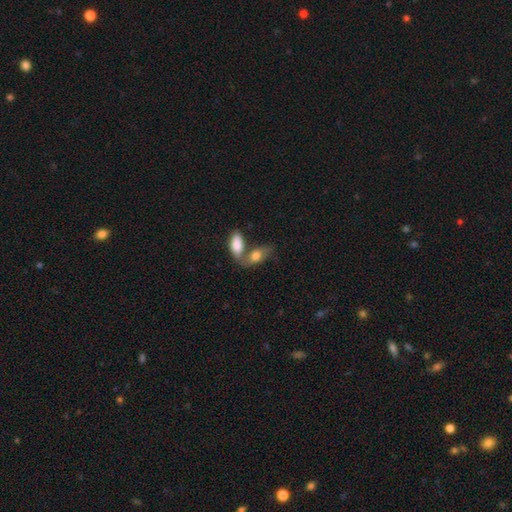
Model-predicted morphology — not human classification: A smooth galaxy with no disk features (76%) that is in between round and cigar-shaped (87%). Merging: merger (59%).